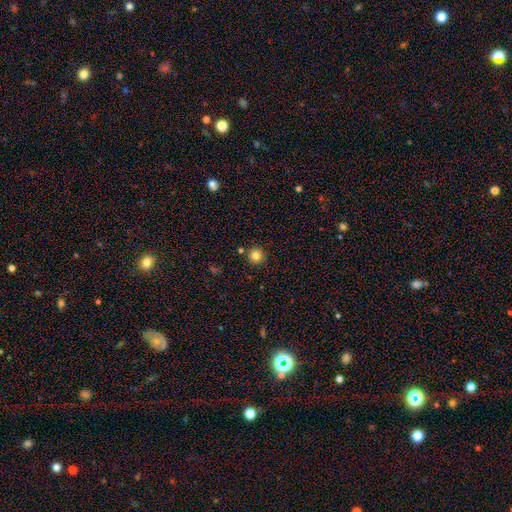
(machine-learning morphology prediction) This appears to be a smooth galaxy with no disk features (81%) that is round (95%). Merging: none (86%).